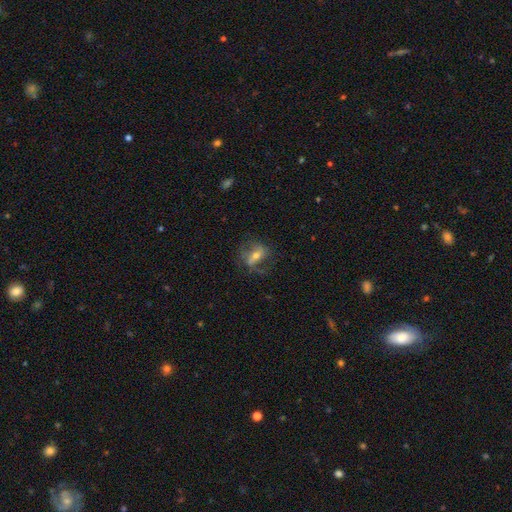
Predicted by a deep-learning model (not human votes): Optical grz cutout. It shows a featured or disk galaxy (62%) with a strong bar (44%), spiral arms (70%) and a moderate central bulge (55%). Merging: none (60%).